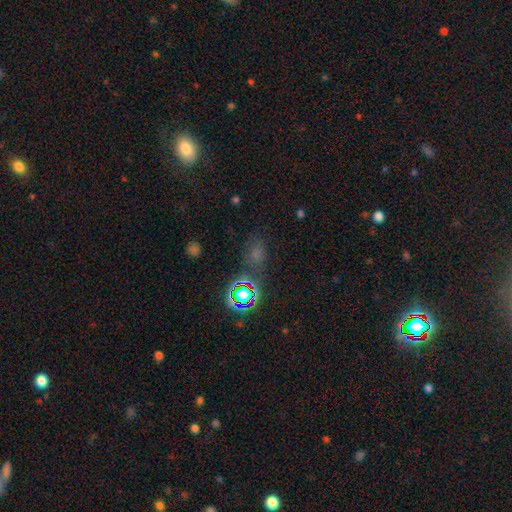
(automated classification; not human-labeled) The model was most divided on "smooth or featured": star or artifact: 50%, smooth: 39%, featured or disk: 11%.